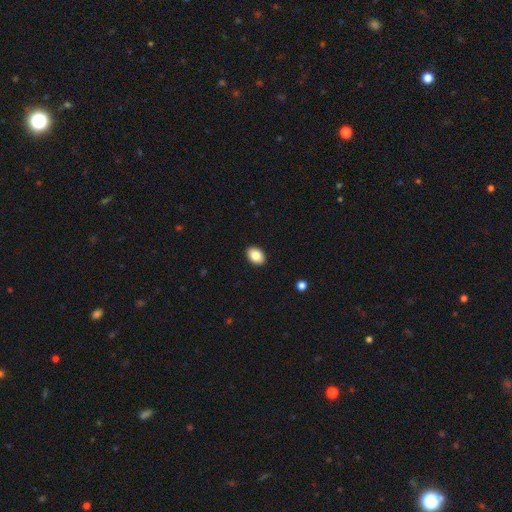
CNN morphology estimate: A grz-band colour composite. It shows a smooth galaxy with no disk features (85%) that is in between round and cigar-shaped (81%). Merging: none (91%).